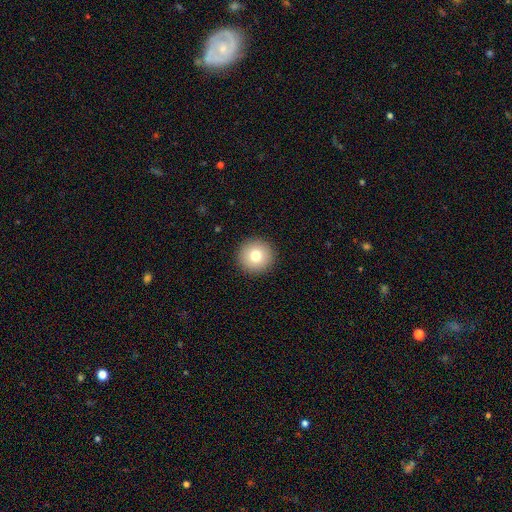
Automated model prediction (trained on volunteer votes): The model was most divided on "smooth or featured": smooth: 77%, featured or disk: 12%, star or artifact: 11%. More confident: how rounded — round (96%); merging — none (93%).